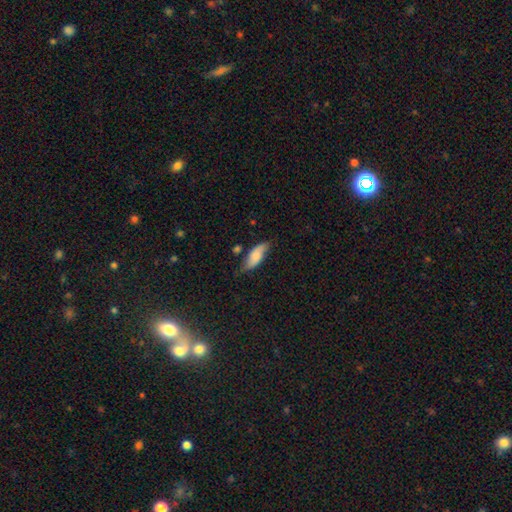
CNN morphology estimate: Smooth or featured? smooth (73%)
How rounded? in between (73%)
Merging? none (60%)